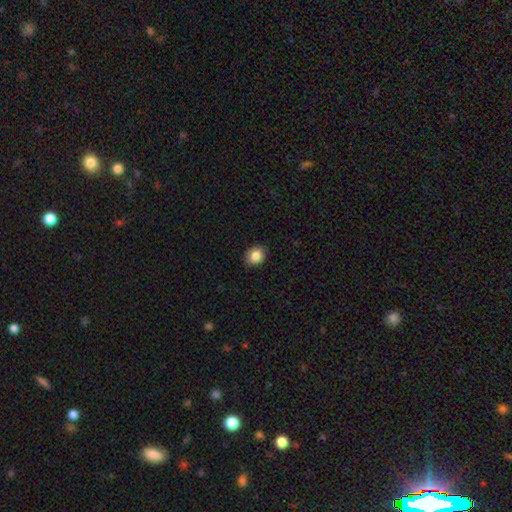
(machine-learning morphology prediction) The model was most divided on "how rounded": round: 53%, in between: 47%, cigar-shaped: 1%. More confident: merging — none (88%); smooth or featured — smooth (85%).